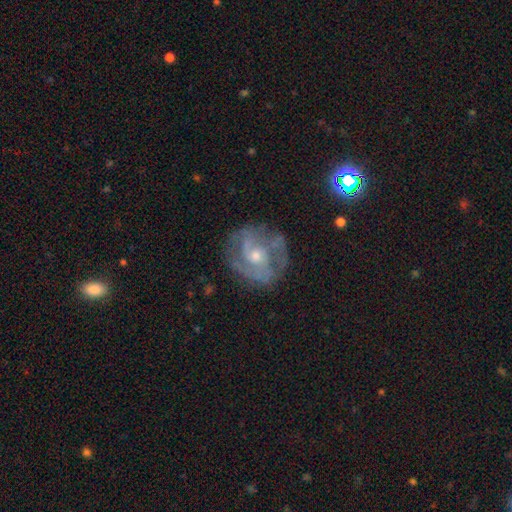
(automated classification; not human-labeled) A featured or disk galaxy (80%) with no bar (53%), 2 (39%) tight (48%) spiral arms (89%) and a moderate central bulge (48%). Merging: none (75%).